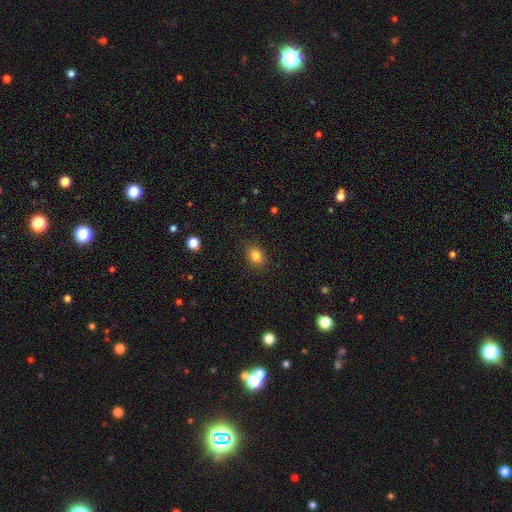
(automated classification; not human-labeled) The model was most divided on "how rounded": round: 54%, in between: 45%, cigar-shaped: 1%. More confident: merging — none (87%); smooth or featured — smooth (83%).